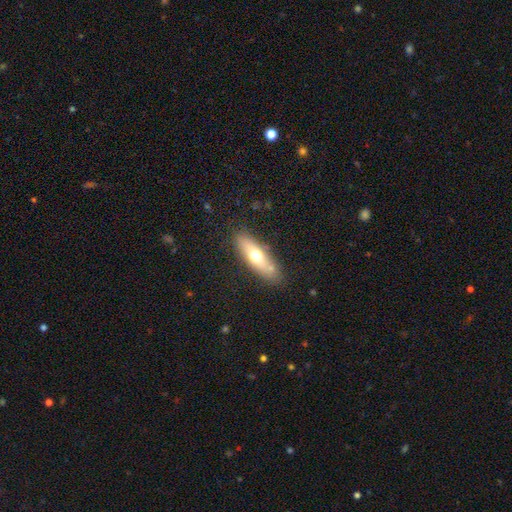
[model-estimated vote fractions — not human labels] The model was most divided on "how rounded": cigar-shaped: 52%, in between: 45%, round: 3%. More confident: merging — none (79%); smooth or featured — smooth (58%).